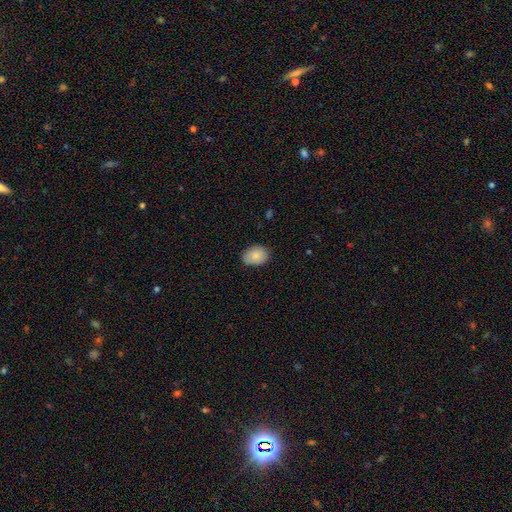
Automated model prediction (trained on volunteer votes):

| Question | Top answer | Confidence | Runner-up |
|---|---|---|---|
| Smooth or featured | smooth | 86% | star or artifact (7%) |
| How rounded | in between | 78% | round (21%) |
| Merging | none | 82% | minor disturbance (14%) |